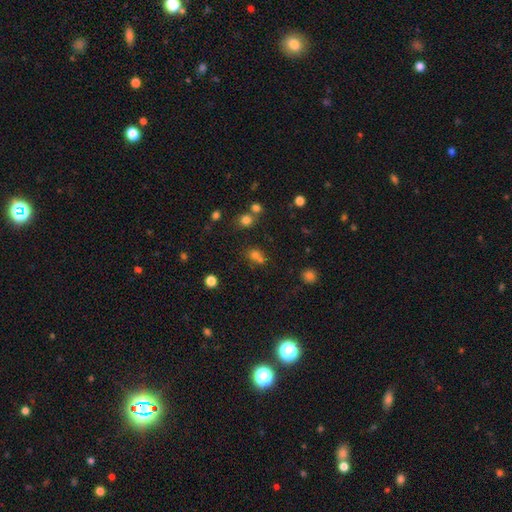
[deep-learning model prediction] Smooth or featured? Predicted: smooth (p=0.65). How rounded? Predicted: round (p=0.68). Merging? Predicted: none (p=0.48).